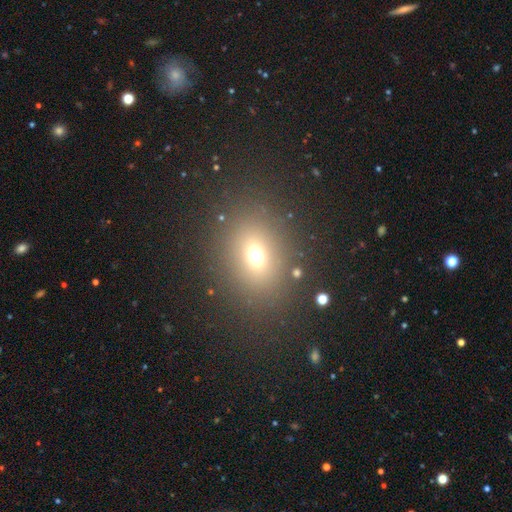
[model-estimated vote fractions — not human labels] The model was most divided on "how rounded": round: 50%, in between: 49%, cigar-shaped: 2%. More confident: merging — none (81%); smooth or featured — smooth (66%).